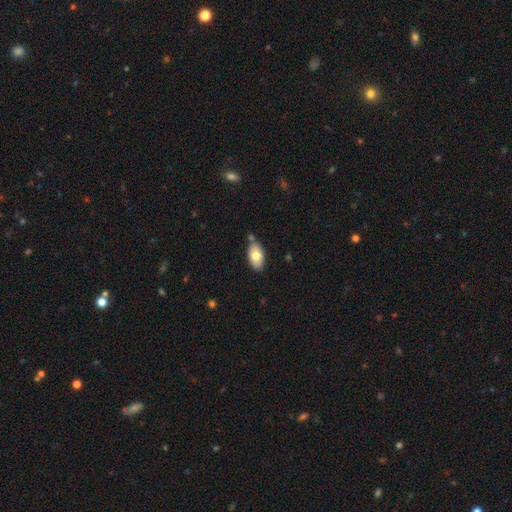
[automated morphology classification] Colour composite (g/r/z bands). It shows a smooth galaxy with no disk features (77%) that is in between round and cigar-shaped (93%). Merging: none (73%).